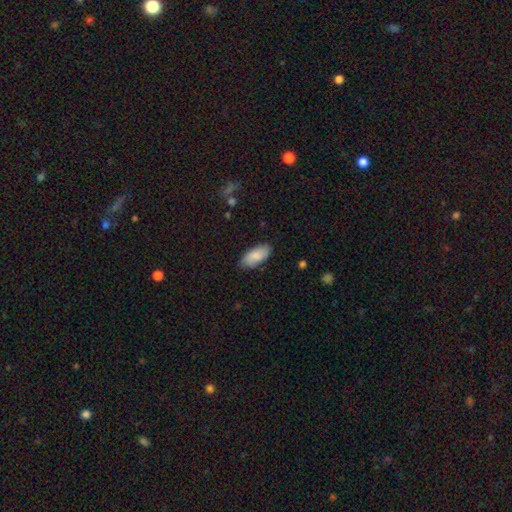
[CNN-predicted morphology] type=smooth (81%); roundness=in between (92%); merging=none (82%).